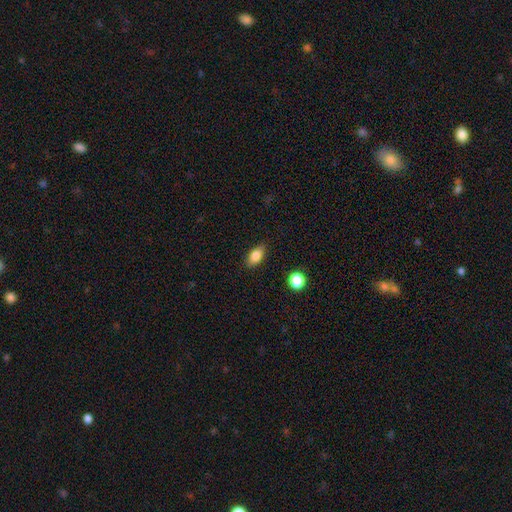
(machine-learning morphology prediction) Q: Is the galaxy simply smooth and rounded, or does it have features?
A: smooth — 82%.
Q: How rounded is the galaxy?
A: in between — 85%.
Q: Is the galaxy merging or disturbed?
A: none — 83%.